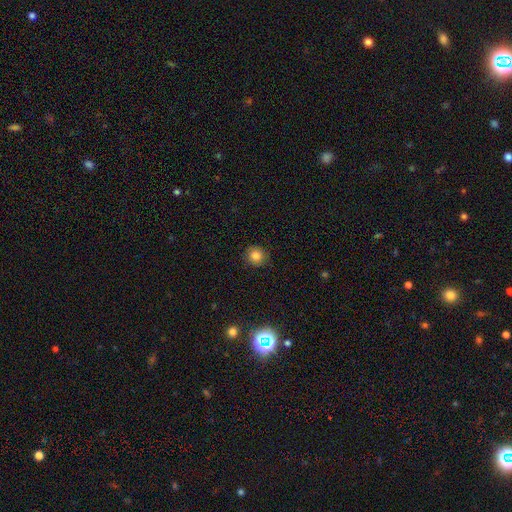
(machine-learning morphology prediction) Smooth or featured? smooth (82%)
How rounded? round (91%)
Merging? none (90%)